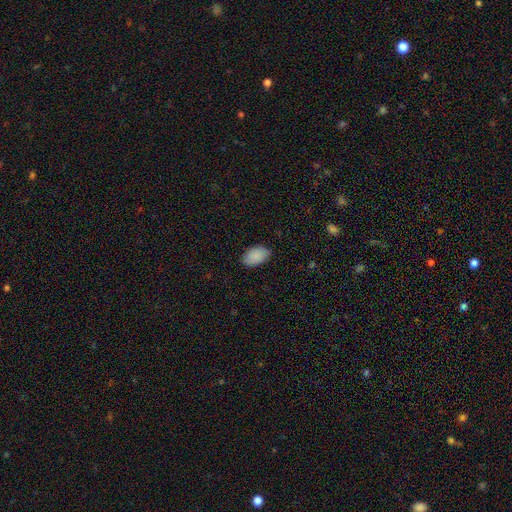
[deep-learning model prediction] Q: Smooth or featured?
A: smooth (89%); runner-up: star or artifact (7%)
Q: How rounded?
A: in between (92%); runner-up: round (7%)
Q: Merging?
A: none (81%); runner-up: minor disturbance (15%)